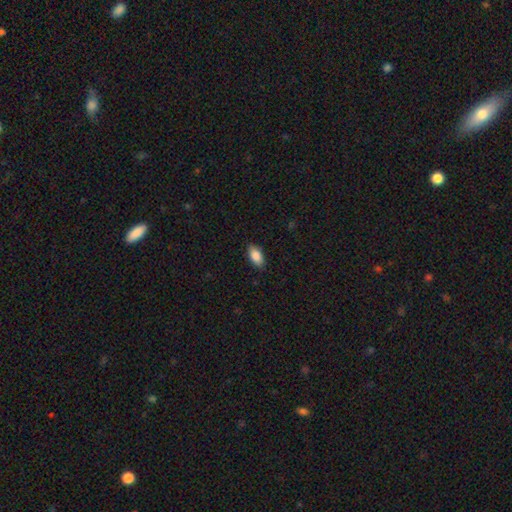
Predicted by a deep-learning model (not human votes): Smooth or featured?
  - smooth: 87% *
  - star or artifact: 7%
  - featured or disk: 6%
How rounded?
  - in between: 92% *
  - cigar-shaped: 5%
  - round: 3%
Merging?
  - none: 87% *
  - minor disturbance: 10%
  - major disturbance: 2%
  - merger: 1%